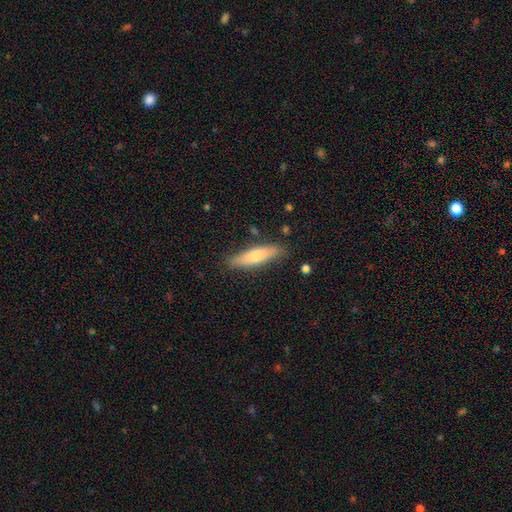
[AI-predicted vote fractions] Q: Smooth or featured?
A: smooth (73%); runner-up: featured or disk (21%)
Q: How rounded?
A: cigar-shaped (69%); runner-up: in between (29%)
Q: Merging?
A: none (83%); runner-up: minor disturbance (12%)